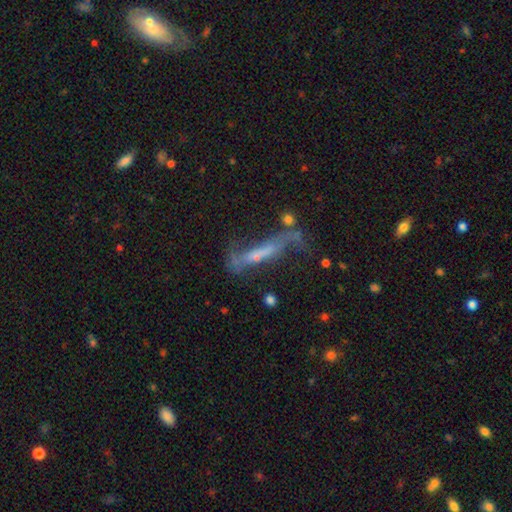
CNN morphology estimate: Smooth or featured: featured or disk — 61% (smooth — 28%)
Edge-on disk: yes — 50% (tied with no — 50%)
Merging: none — 34% (major disturbance — 32%)